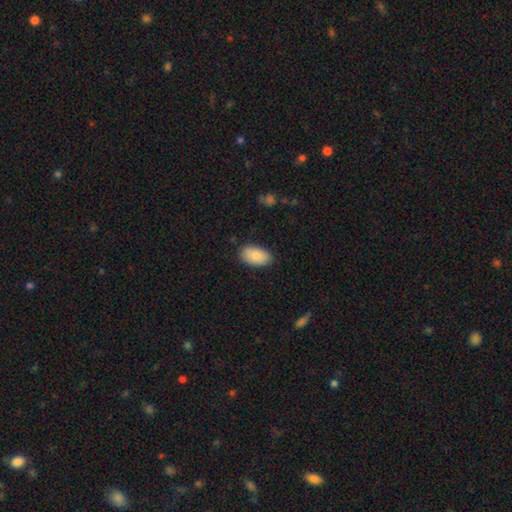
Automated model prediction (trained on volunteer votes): smooth-or-featured: smooth: 85% | featured or disk: 8% | star or artifact: 6%
  how-rounded: in between: 94% | round: 4% | cigar-shaped: 2%
  merging: none: 83% | minor disturbance: 13% | major disturbance: 2% | merger: 1%